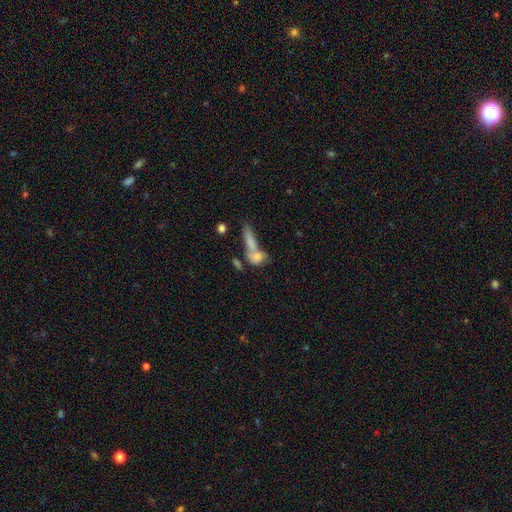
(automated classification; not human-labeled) A smooth galaxy with no disk features (72%) that is in between round and cigar-shaped (56%).

Vote fractions:
- Smooth or featured? smooth: 72% / featured or disk: 19% / star or artifact: 9%
- How rounded? in between: 56% / cigar-shaped: 27% / round: 17%
- Merging? merger: 57% / none: 26% / minor disturbance: 9% / major disturbance: 8%